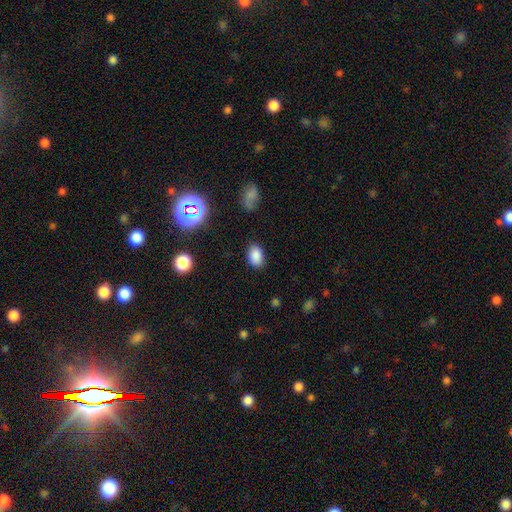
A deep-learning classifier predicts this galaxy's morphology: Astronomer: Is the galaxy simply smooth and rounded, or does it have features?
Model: smooth — 84%.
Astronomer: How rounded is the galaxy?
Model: in between — 83%.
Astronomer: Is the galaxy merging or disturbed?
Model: none — 85%.